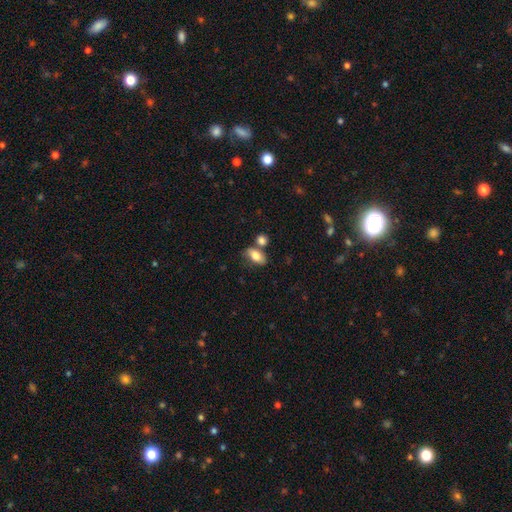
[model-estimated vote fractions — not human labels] Smooth or featured: smooth — 78% (featured or disk — 15%)
How rounded: in between — 88% (round — 8%)
Merging: none — 53% (merger — 24%)